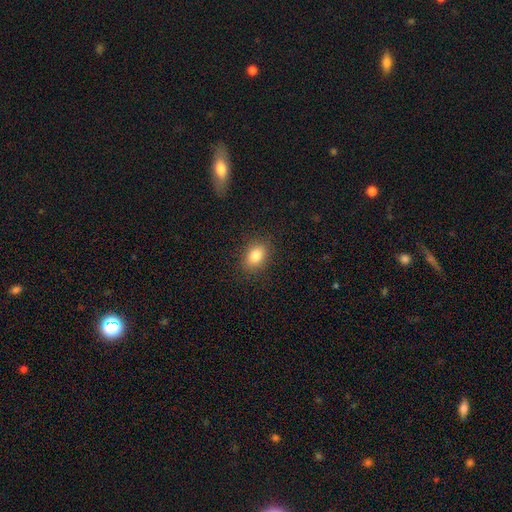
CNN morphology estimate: A smooth galaxy with no disk features (82%) that is in between round and cigar-shaped (77%).

Vote fractions:
- Smooth or featured? smooth: 82% / star or artifact: 10% / featured or disk: 8%
- How rounded? in between: 77% / round: 21% / cigar-shaped: 2%
- Merging? none: 87% / minor disturbance: 9% / major disturbance: 3% / merger: 1%